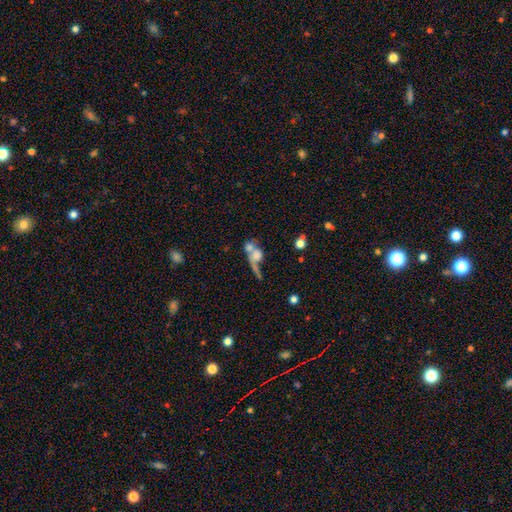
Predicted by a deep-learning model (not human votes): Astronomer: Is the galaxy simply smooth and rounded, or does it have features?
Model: smooth — 54% (runner-up: featured or disk, 33%).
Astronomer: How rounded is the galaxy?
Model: round — 47% (runner-up: in between, 42%).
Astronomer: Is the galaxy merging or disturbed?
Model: merger — 57%.